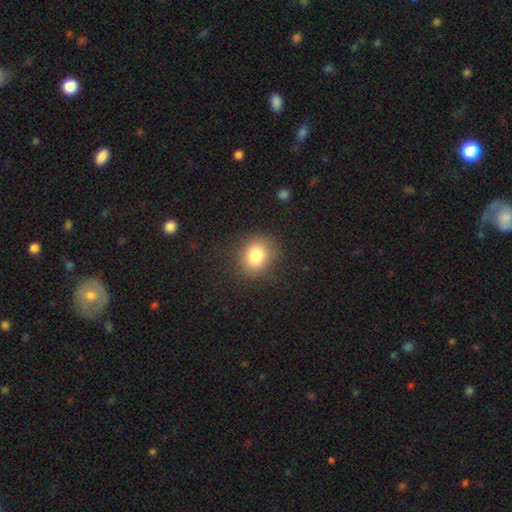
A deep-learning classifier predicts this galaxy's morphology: This is clearly a smooth galaxy (83%). How rounded: likely round (66%). Merging: clearly none (83%).